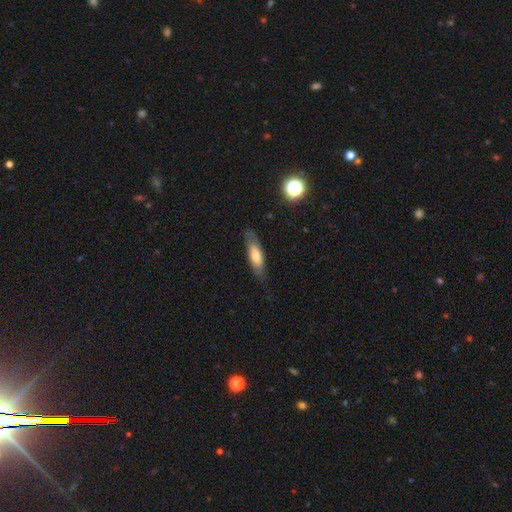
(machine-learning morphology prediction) Smooth or featured: smooth — 61% (featured or disk — 32%)
How rounded: cigar-shaped — 49% (tied with in between — 49%)
Merging: none — 76% (minor disturbance — 17%)